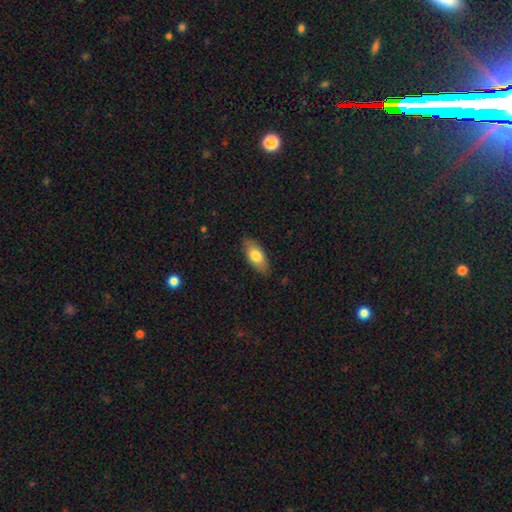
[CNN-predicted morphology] This appears to be a smooth galaxy with no disk features (76%) that is in between round and cigar-shaped (84%). Merging: none (85%).